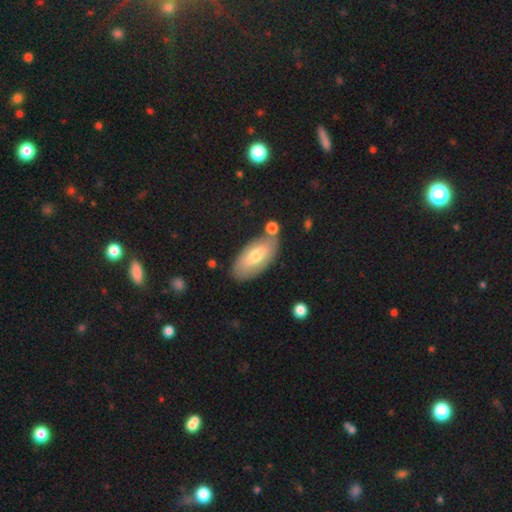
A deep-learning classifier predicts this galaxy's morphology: A smooth galaxy with no disk features (59%) that is in between round and cigar-shaped (89%). Merging: none (73%).